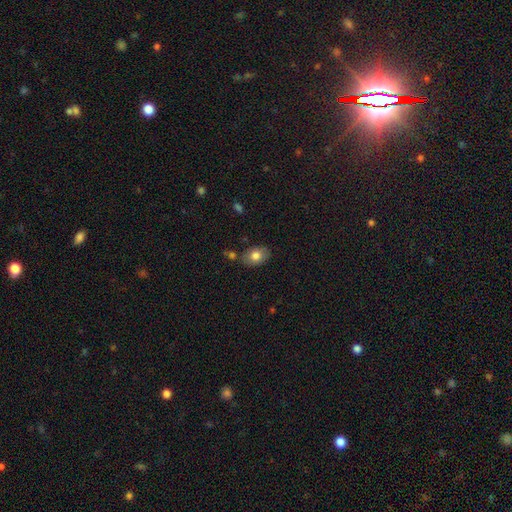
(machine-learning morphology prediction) Overall: smooth (78%). How rounded: in between (79%). Merging: none (78%).